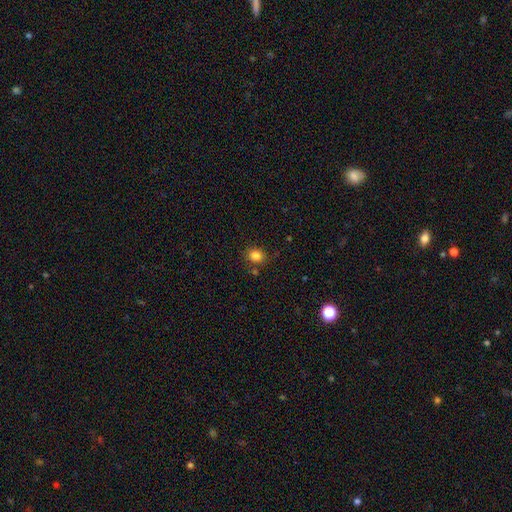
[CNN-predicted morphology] A smooth galaxy with no disk features (83%) that is round (65%). Merging: none (80%).